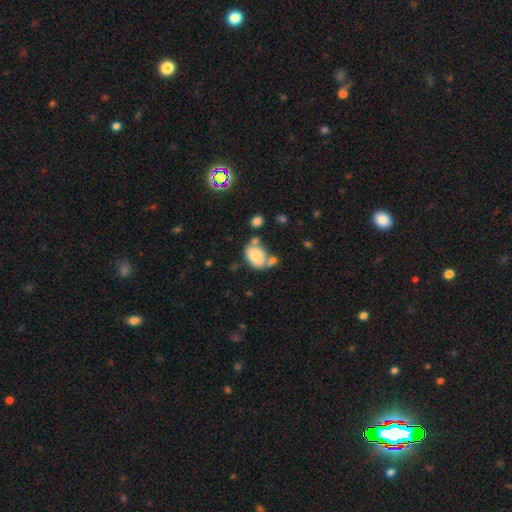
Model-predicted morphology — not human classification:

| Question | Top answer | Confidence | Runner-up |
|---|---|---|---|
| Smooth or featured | smooth | 79% | featured or disk (13%) |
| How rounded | in between | 80% | round (19%) |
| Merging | none | 40% | merger (33%) |